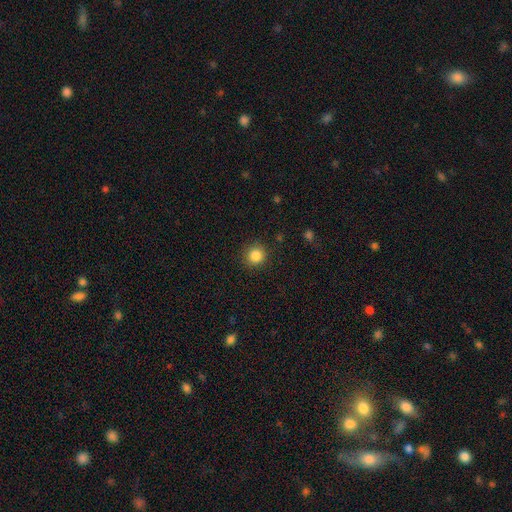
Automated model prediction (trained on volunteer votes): Smooth or featured?
  - smooth: 86% *
  - star or artifact: 10%
  - featured or disk: 4%
How rounded?
  - round: 93% *
  - in between: 6%
  - cigar-shaped: 1%
Merging?
  - none: 90% *
  - minor disturbance: 7%
  - major disturbance: 3%
  - merger: 1%